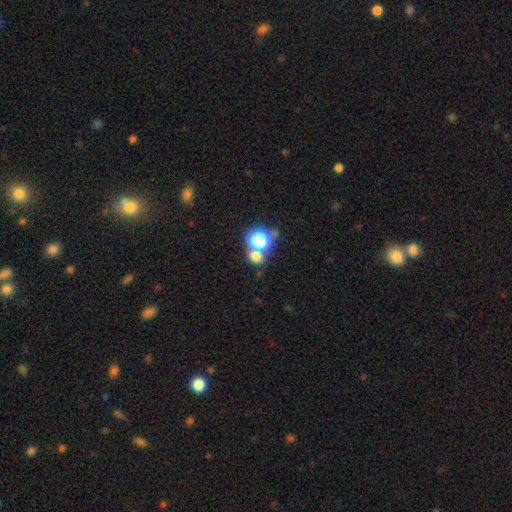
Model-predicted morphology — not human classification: This appears to be a smooth galaxy with no disk features (60%) that is round (69%). Merging: none (56%).